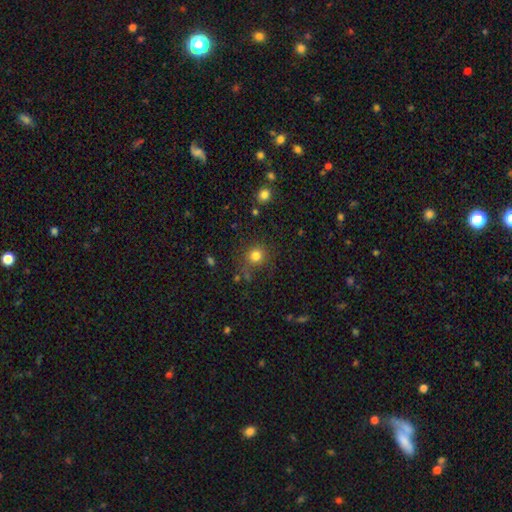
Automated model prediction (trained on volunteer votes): smooth 79%, star or artifact 15%, featured or disk 6%. Down the decision tree: how rounded — round (90%); merging — none (79%).